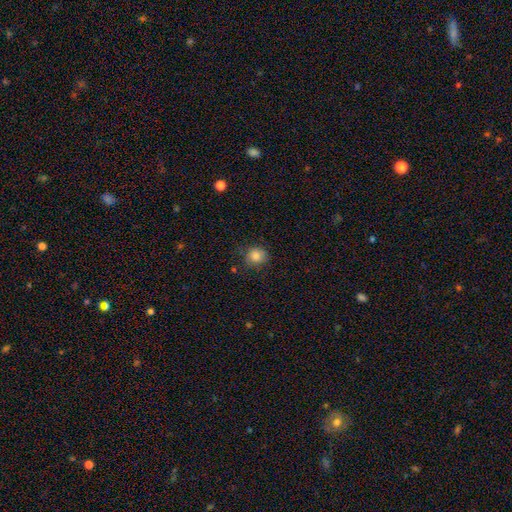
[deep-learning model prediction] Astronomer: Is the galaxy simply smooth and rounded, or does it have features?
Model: smooth — 85%.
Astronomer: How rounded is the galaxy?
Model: round — 82%.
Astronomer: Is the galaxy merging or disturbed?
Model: none — 75%.